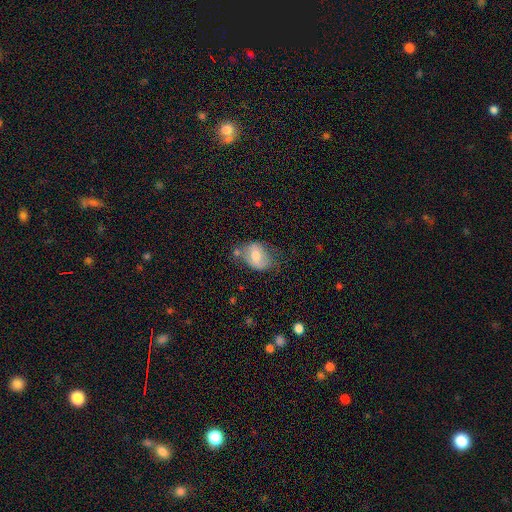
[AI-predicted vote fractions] The model was most divided on "merging": none: 49%, minor disturbance: 29%, major disturbance: 12%, merger: 10%. More confident: how rounded — in between (72%); smooth or featured — smooth (60%).